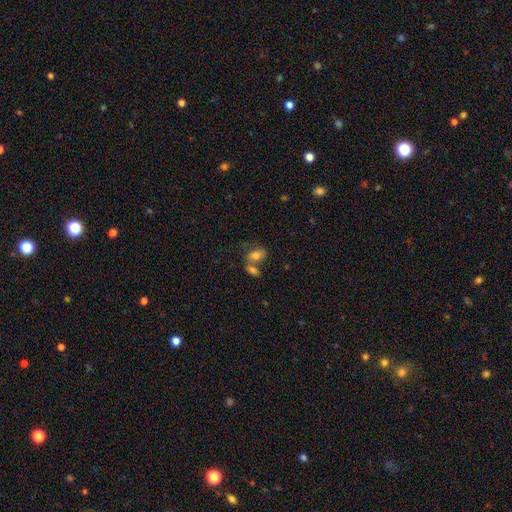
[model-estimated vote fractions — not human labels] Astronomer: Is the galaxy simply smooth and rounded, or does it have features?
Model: smooth — 72%.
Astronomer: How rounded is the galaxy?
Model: in between — 84%.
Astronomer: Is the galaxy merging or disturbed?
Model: merger — 55%.